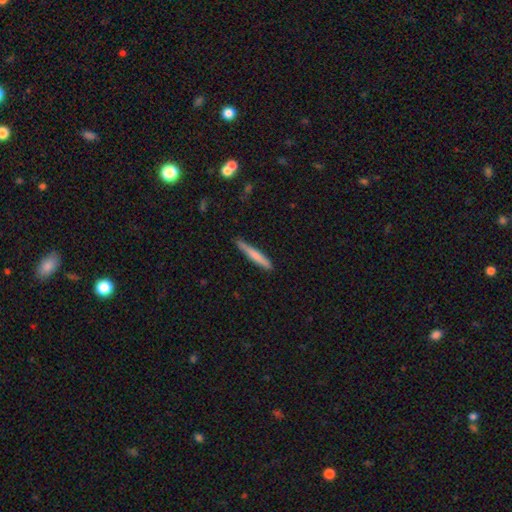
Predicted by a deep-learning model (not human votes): Smooth or featured?
  - smooth: 69% *
  - featured or disk: 25%
  - star or artifact: 6%
How rounded?
  - cigar-shaped: 95% *
  - in between: 4%
  - round: 1%
Merging?
  - none: 83% *
  - minor disturbance: 14%
  - major disturbance: 2%
  - merger: 2%